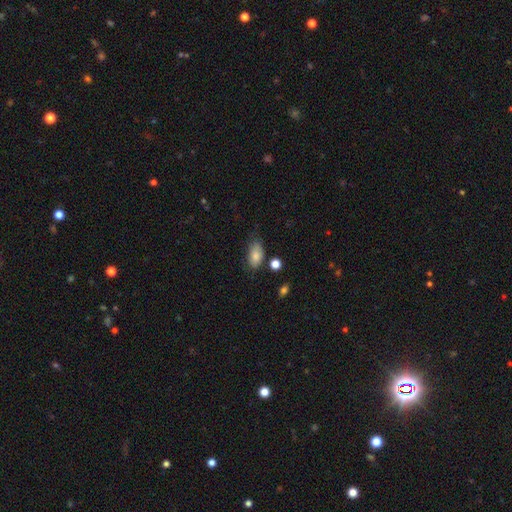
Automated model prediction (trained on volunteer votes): This appears to be a smooth galaxy with no disk features (81%) that is in between round and cigar-shaped (91%). Merging: none (58%).